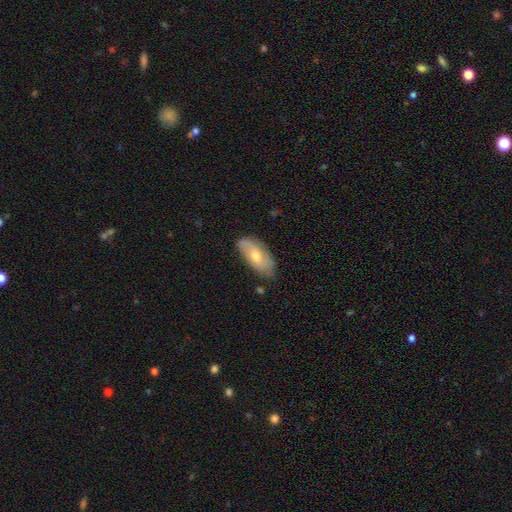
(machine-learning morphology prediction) The model was most divided on "smooth or featured": smooth: 50%, featured or disk: 44%, star or artifact: 6%. More confident: how rounded — in between (89%); merging — none (71%).